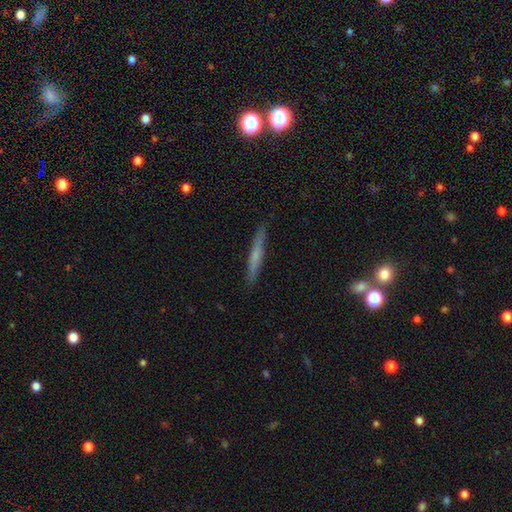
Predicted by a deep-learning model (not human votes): Smooth or featured? smooth (57%)
How rounded? cigar-shaped (96%)
Merging? none (90%)